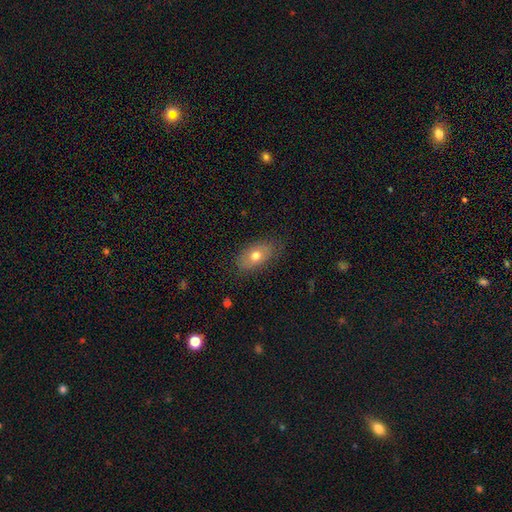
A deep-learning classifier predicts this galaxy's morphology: Smooth or featured?
  - smooth: 71% *
  - featured or disk: 21%
  - star or artifact: 8%
How rounded?
  - in between: 88% *
  - round: 8%
  - cigar-shaped: 3%
Merging?
  - none: 80% *
  - minor disturbance: 16%
  - major disturbance: 4%
  - merger: 1%